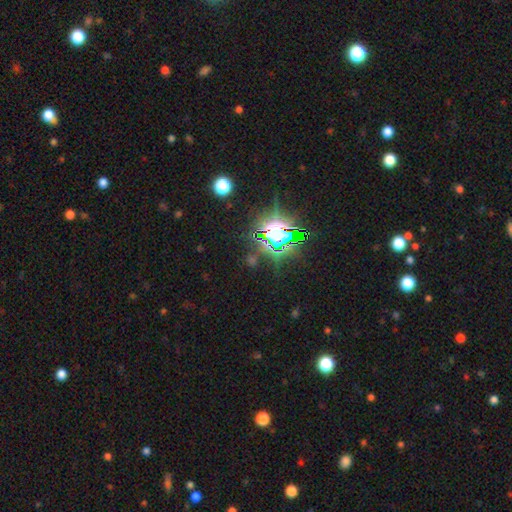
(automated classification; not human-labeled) smooth-or-featured: star or artifact: 81% | smooth: 11% | featured or disk: 8%